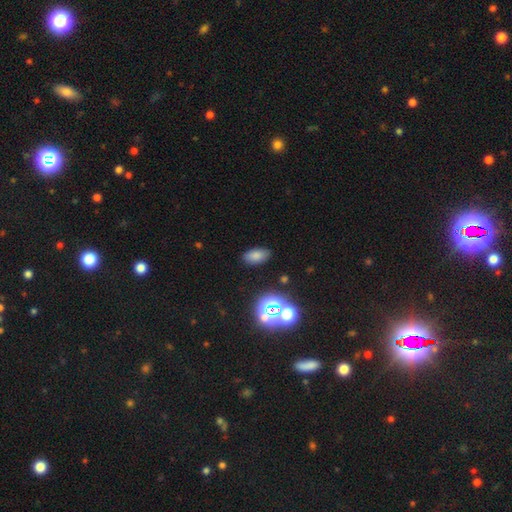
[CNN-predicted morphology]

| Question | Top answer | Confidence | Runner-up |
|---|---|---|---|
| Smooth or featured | smooth | 73% | star or artifact (18%) |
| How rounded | in between | 91% | round (6%) |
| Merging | none | 85% | minor disturbance (10%) |